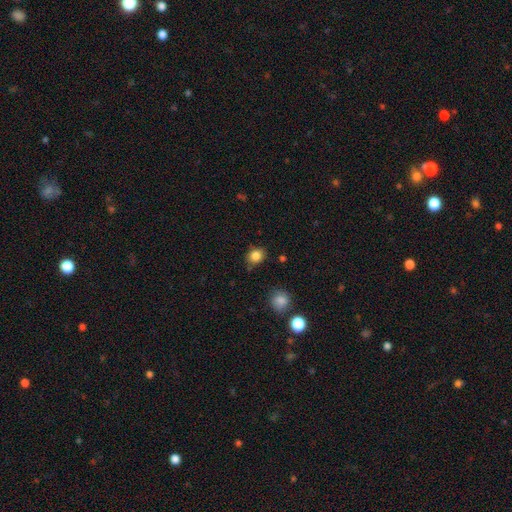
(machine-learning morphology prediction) Smooth or featured?
  - smooth: 84% *
  - star or artifact: 11%
  - featured or disk: 5%
How rounded?
  - round: 66% *
  - in between: 33%
  - cigar-shaped: 1%
Merging?
  - none: 79% *
  - minor disturbance: 15%
  - major disturbance: 3%
  - merger: 3%